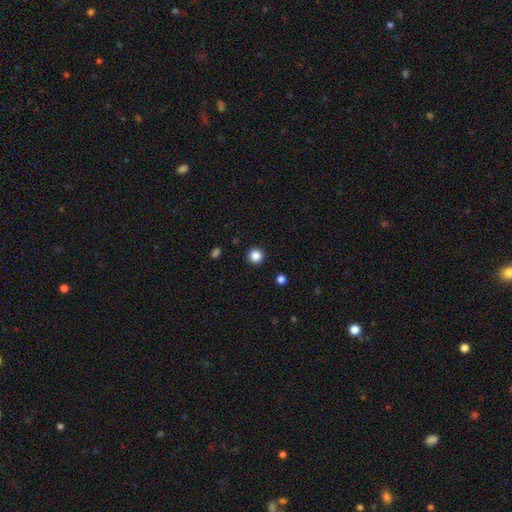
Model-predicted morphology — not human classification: Overall: smooth (86%). How rounded: round (96%). Merging: none (93%).